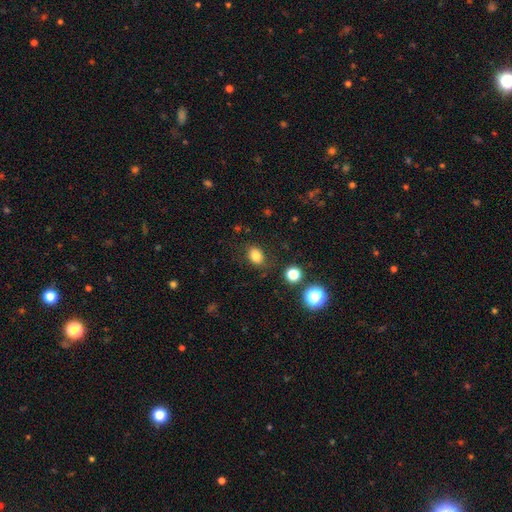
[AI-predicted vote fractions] Morphology: type=smooth (80%); roundness=in between (67%); merging=none (79%).